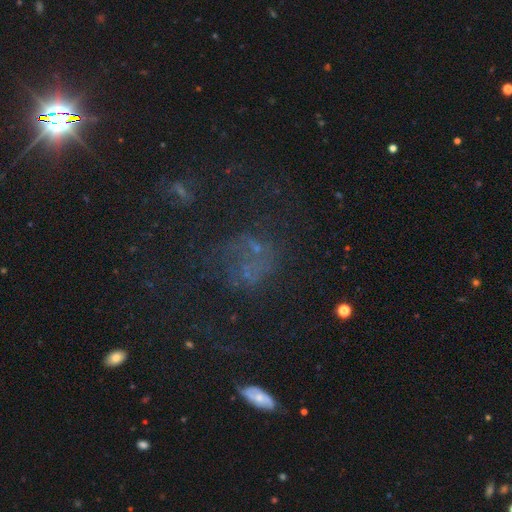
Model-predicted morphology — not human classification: Smooth or featured?
  - star or artifact: 35% *
  - smooth: 34%
  - featured or disk: 32%